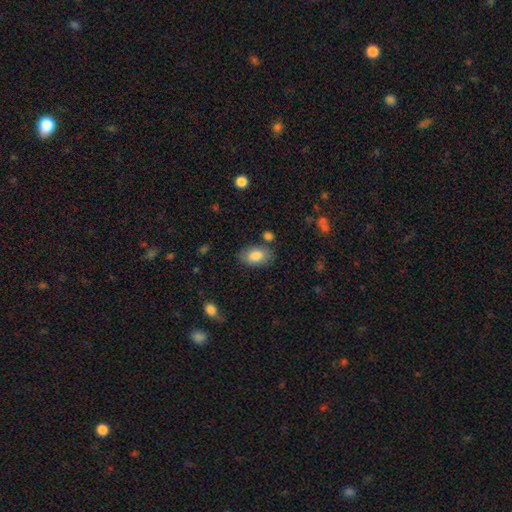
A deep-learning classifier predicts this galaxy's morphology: Smooth or featured? smooth (83%)
How rounded? in between (91%)
Merging? none (77%)